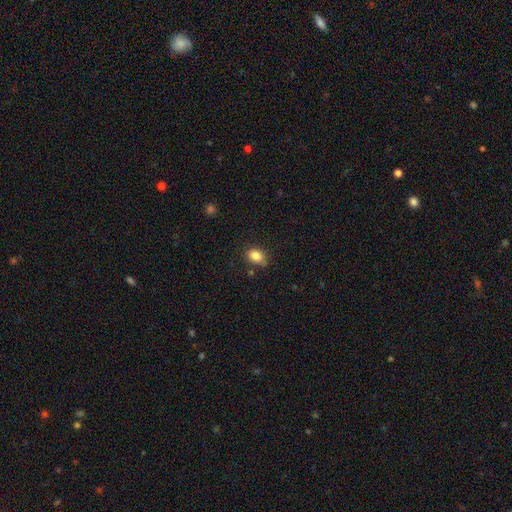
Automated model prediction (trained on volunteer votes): smooth-or-featured: smooth: 84% | star or artifact: 9% | featured or disk: 7%
  how-rounded: in between: 72% | round: 27% | cigar-shaped: 1%
  merging: none: 70% | minor disturbance: 21% | merger: 5% | major disturbance: 4%